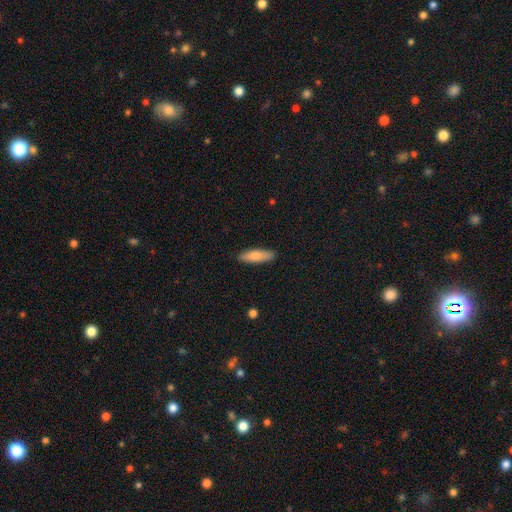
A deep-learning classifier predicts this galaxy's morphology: smooth_or_featured: smooth (p=0.79) [alt: featured or disk p=0.15]
how_rounded: cigar-shaped (p=0.56) [alt: in between p=0.42]
merging: none (p=0.89) [alt: minor disturbance p=0.08]